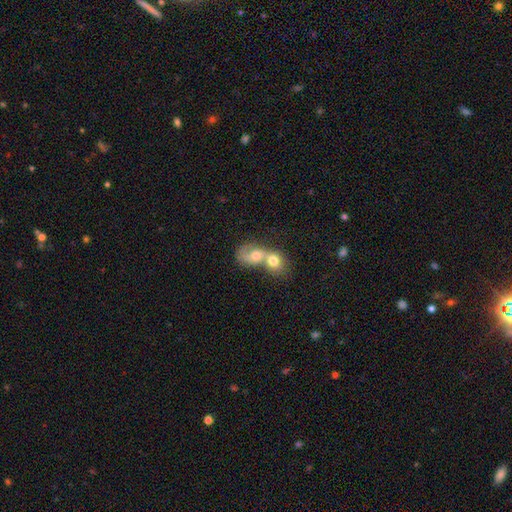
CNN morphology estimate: Smooth or featured? smooth (60%)
How rounded? round (51%)
Merging? merger (81%)